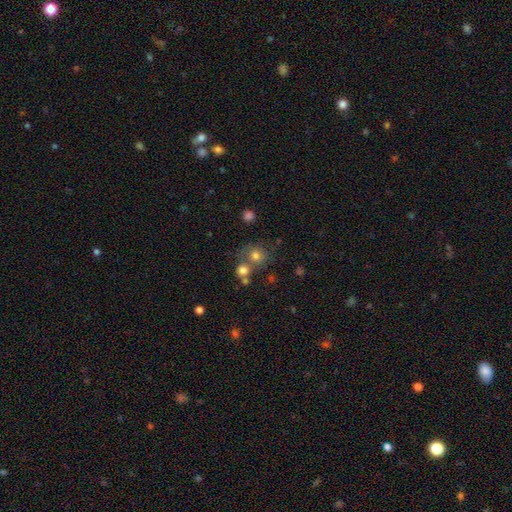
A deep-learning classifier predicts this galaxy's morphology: smooth 73%, star or artifact 14%, featured or disk 13%. Down the decision tree: how rounded — round (84%); merging — none (52%).